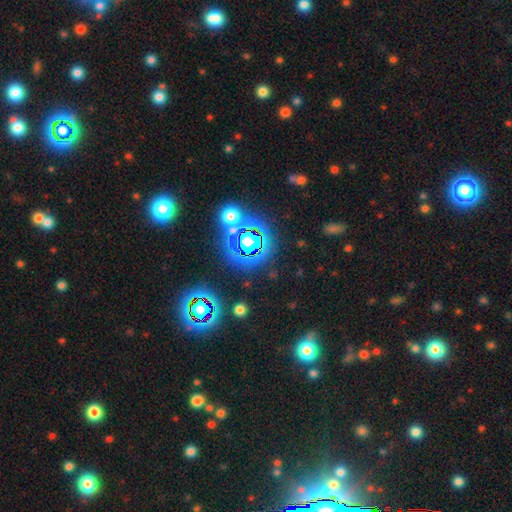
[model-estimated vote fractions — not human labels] This is likely a star or artifact rather than a galaxy (77%).